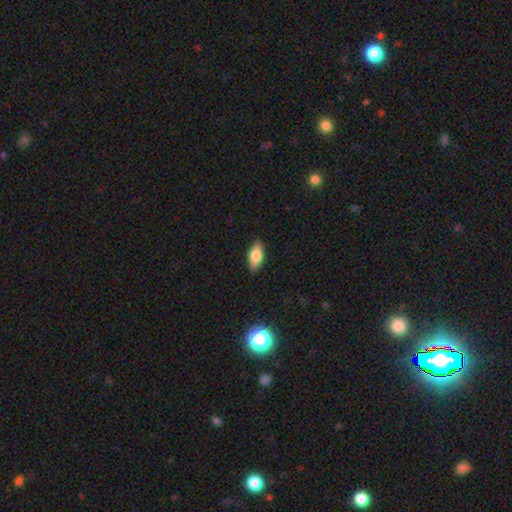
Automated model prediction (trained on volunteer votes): Smooth or featured? smooth (75%)
How rounded? in between (88%)
Merging? none (86%)